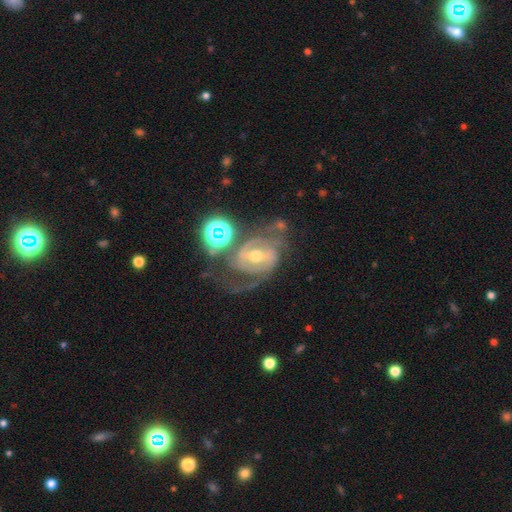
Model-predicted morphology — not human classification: smooth_or_featured: featured or disk (p=0.84) [alt: star or artifact p=0.09]
disk_edge_on: no (p=0.97) [alt: yes p=0.03]
bar: weak (p=0.45) [alt: strong p=0.34]
has_spiral_arms: yes (p=0.95) [alt: no p=0.05]
spiral_winding: medium (p=0.48) [alt: tight p=0.36]
spiral_arm_count: 2 (p=0.66) [alt: can't tell p=0.14]
bulge_size: moderate (p=0.63) [alt: small p=0.32]
merging: none (p=0.52) [alt: major disturbance p=0.21]